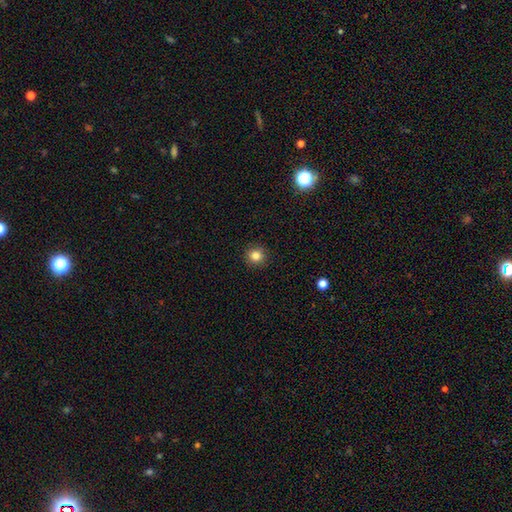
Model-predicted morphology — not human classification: smooth-or-featured: smooth: 83% | star or artifact: 12% | featured or disk: 5%
  how-rounded: round: 92% | in between: 7% | cigar-shaped: 1%
  merging: none: 92% | minor disturbance: 6% | major disturbance: 2% | merger: 1%